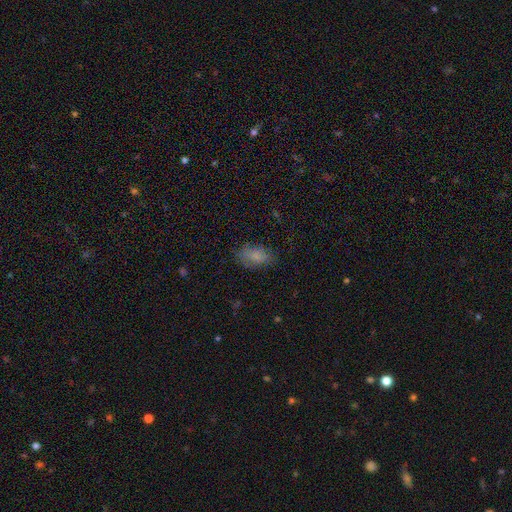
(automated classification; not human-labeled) Smooth or featured? smooth (82%)
How rounded? in between (91%)
Merging? none (76%)